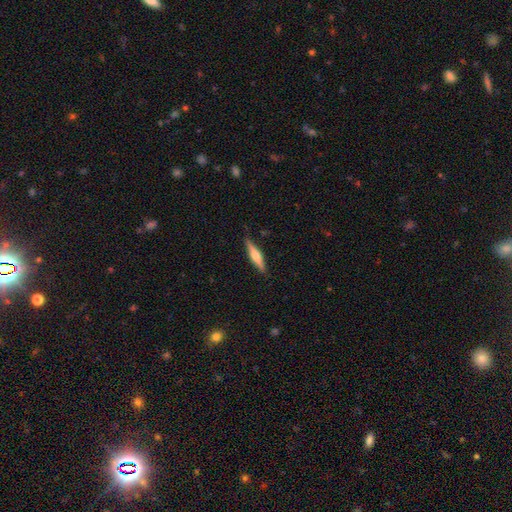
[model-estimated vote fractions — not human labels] Smooth or featured?
  - smooth: 47% * (tied)
  - featured or disk: 47% * (tied)
  - star or artifact: 6%
Merging?
  - none: 85% *
  - minor disturbance: 12%
  - major disturbance: 2%
  - merger: 1%